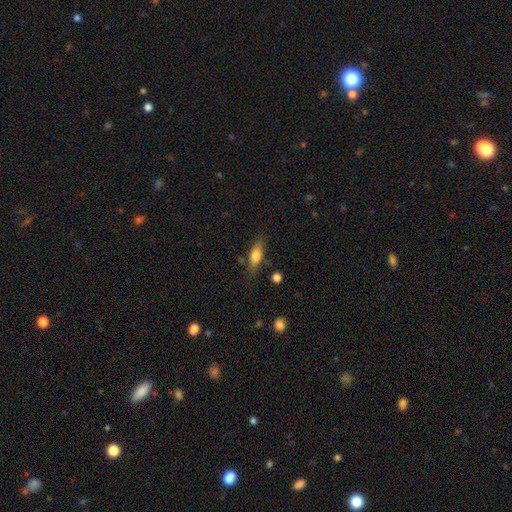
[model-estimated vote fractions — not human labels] Smooth or featured?
  - smooth: 70% *
  - featured or disk: 22%
  - star or artifact: 7%
How rounded?
  - in between: 61% *
  - cigar-shaped: 35%
  - round: 4%
Merging?
  - none: 72% *
  - minor disturbance: 19%
  - major disturbance: 5%
  - merger: 4%